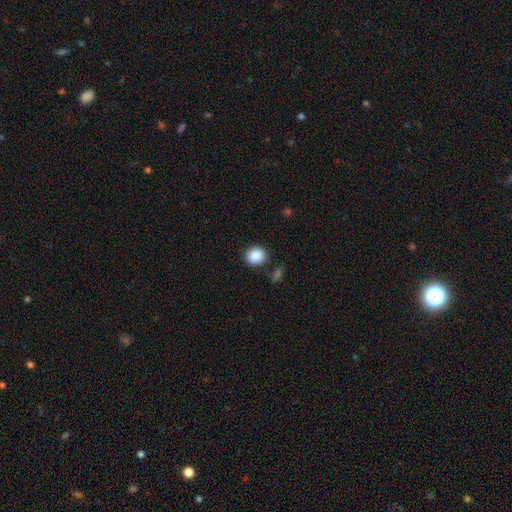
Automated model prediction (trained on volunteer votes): Q: Smooth or featured?
A: smooth (88%); runner-up: star or artifact (8%)
Q: How rounded?
A: round (72%); runner-up: in between (27%)
Q: Merging?
A: none (85%); runner-up: minor disturbance (9%)